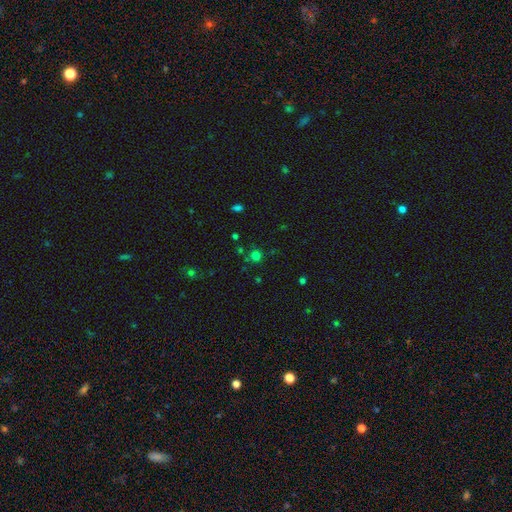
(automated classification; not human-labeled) Smooth or featured: smooth — 67% (star or artifact — 28%)
How rounded: round — 89% (in between — 10%)
Merging: none — 79% (minor disturbance — 9%)